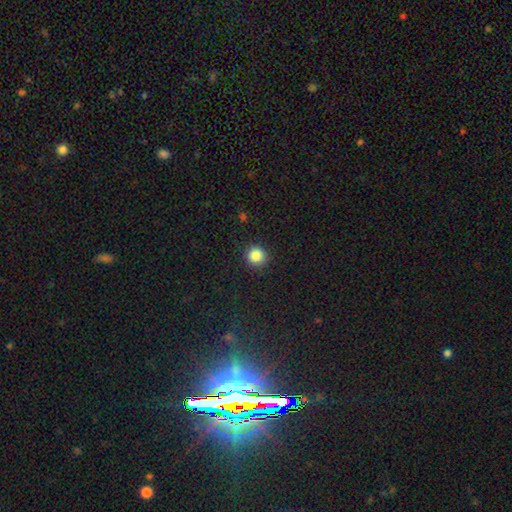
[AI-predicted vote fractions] smooth 85%, star or artifact 11%, featured or disk 4%. Down the decision tree: how rounded — round (94%); merging — none (91%).